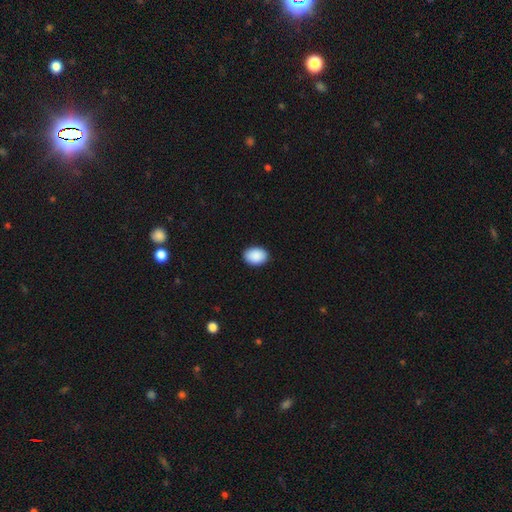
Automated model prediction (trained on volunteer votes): This appears to be a smooth galaxy with no disk features (91%) that is in between round and cigar-shaped (77%). Merging: none (90%).